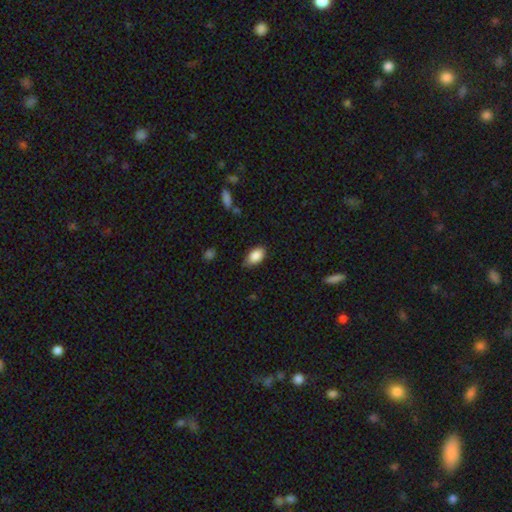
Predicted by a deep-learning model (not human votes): Smooth or featured?
  - smooth: 87% *
  - star or artifact: 7%
  - featured or disk: 5%
How rounded?
  - in between: 92% *
  - round: 6%
  - cigar-shaped: 2%
Merging?
  - none: 68% *
  - minor disturbance: 26%
  - major disturbance: 4%
  - merger: 2%